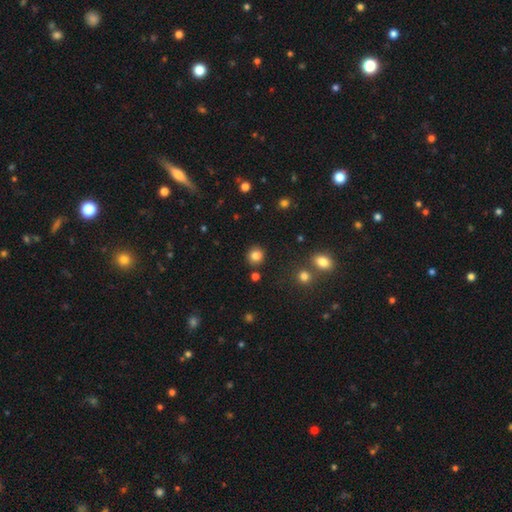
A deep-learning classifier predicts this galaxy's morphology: Smooth or featured? smooth (83%)
How rounded? round (86%)
Merging? none (86%)